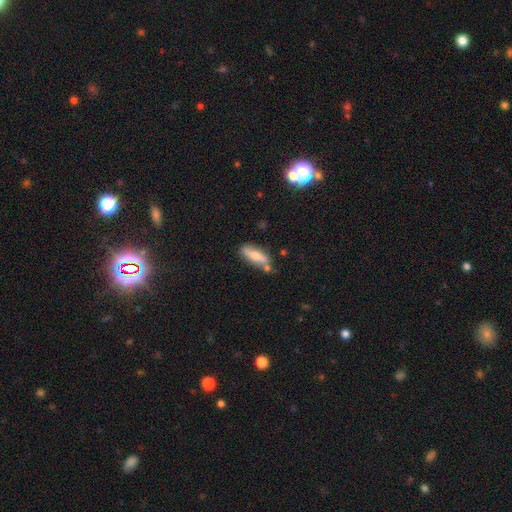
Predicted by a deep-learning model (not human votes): Smooth or featured: smooth — 60% (featured or disk — 33%)
How rounded: in between — 54% (cigar-shaped — 43%)
Merging: none — 67% (minor disturbance — 18%)